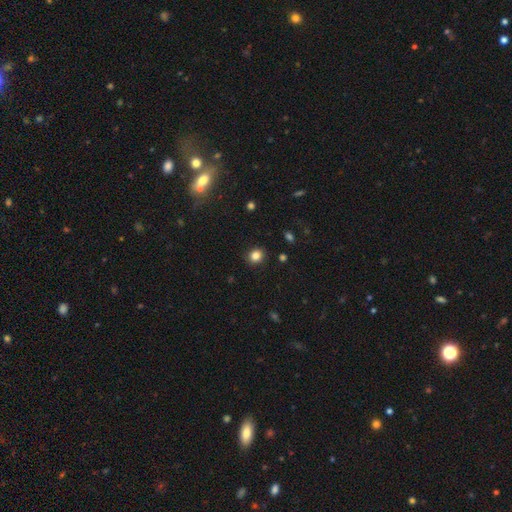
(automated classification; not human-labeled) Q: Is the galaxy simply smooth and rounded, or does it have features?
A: smooth — 84%.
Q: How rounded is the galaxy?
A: round — 75%.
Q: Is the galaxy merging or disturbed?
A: none — 90%.